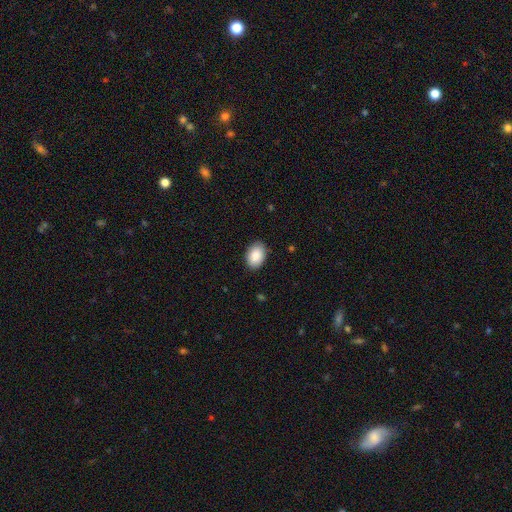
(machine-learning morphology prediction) type=smooth (89%); roundness=in between (87%); merging=none (88%).